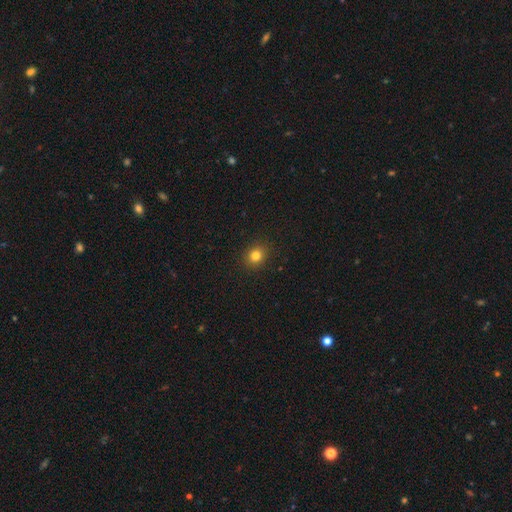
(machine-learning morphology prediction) type=smooth (82%); roundness=round (79%); merging=none (91%).